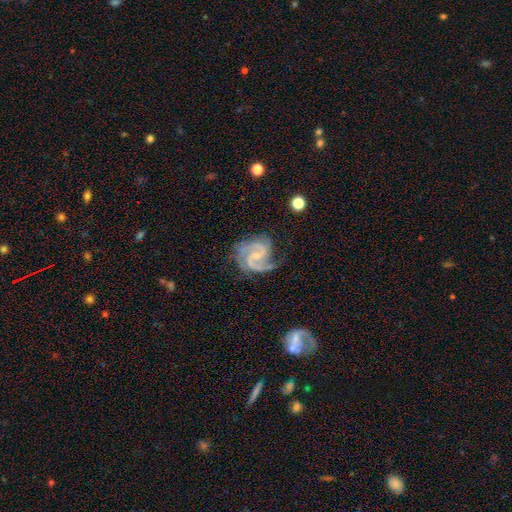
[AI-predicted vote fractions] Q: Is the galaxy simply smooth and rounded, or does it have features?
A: featured or disk — 93%.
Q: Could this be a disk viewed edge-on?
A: no — 98%.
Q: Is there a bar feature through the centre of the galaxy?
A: weak — 45%.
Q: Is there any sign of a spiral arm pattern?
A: yes — 99%.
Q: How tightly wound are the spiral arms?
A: medium — 58%.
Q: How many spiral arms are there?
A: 2 — 66%.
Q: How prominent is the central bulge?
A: small — 73%.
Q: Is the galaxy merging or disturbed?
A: none — 67%.